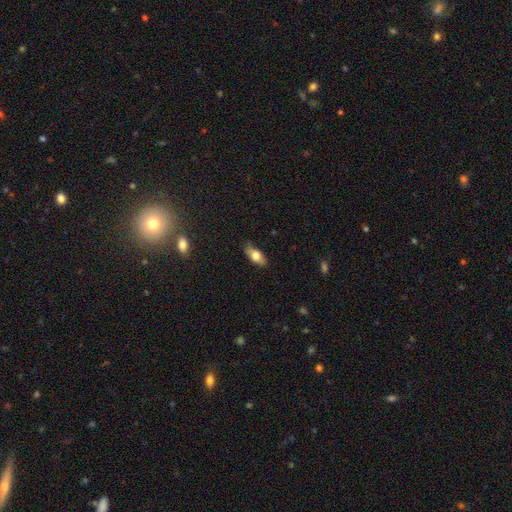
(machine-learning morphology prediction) Smooth or featured? Predicted: smooth (p=0.72). How rounded? Predicted: in between (p=0.80). Merging? Predicted: none (p=0.82).